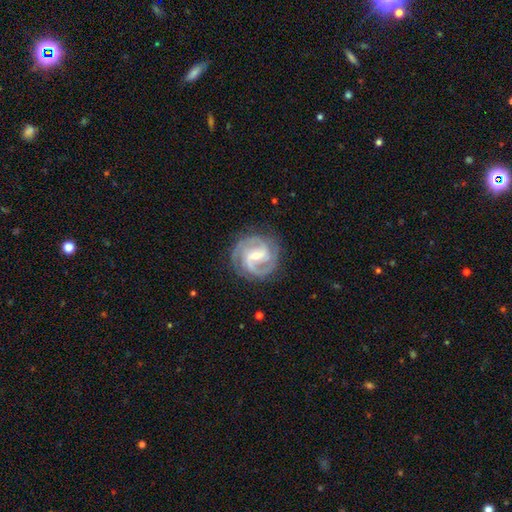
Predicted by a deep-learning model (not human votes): The model was most divided on "spiral winding": tight: 46%, medium: 44%, loose: 9%. Remaining: edge-on disk — no (98%); spiral arms — yes (98%); smooth or featured — featured or disk (90%); merging — none (80%); bulge size — small (59%); bar — weak (51%); spiral arm count — 2 (47%).